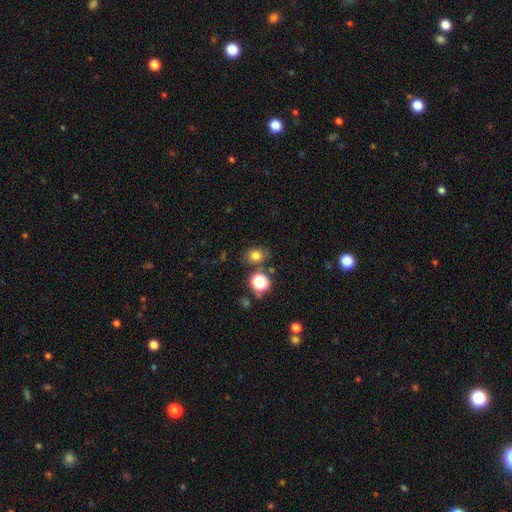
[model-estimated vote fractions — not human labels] A smooth galaxy with no disk features (76%) that is round (51%).

Vote fractions:
- Smooth or featured? smooth: 76% / star or artifact: 16% / featured or disk: 8%
- How rounded? round: 51% / in between: 48% / cigar-shaped: 1%
- Merging? none: 76% / minor disturbance: 12% / merger: 8% / major disturbance: 4%